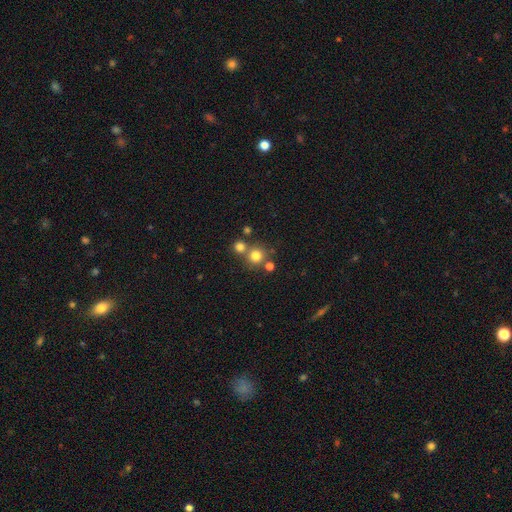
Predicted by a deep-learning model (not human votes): Morphology: type=smooth (76%); roundness=round (92%); merging=none (66%).